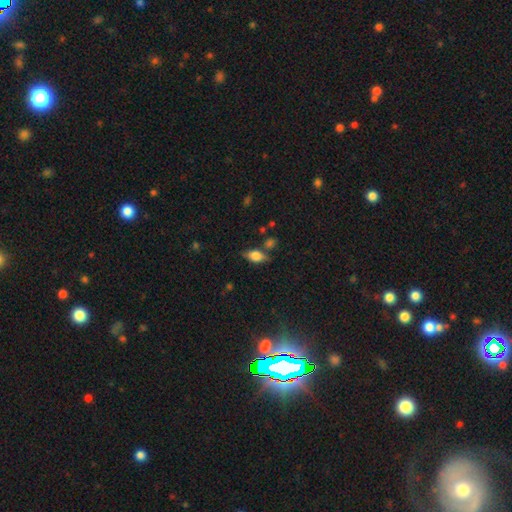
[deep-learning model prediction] Overall: smooth (64%; featured or disk 26%). How rounded: in between (80%). Merging: none (70%).